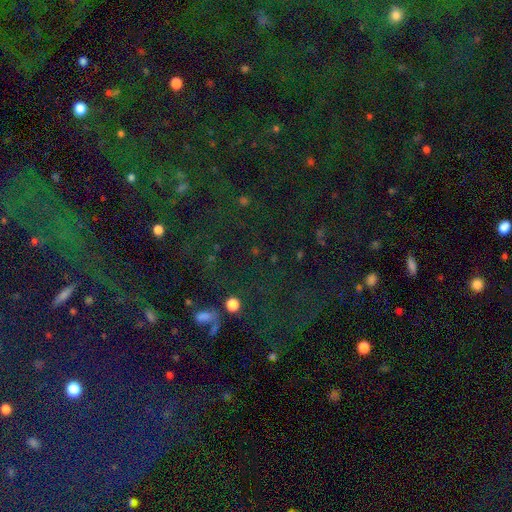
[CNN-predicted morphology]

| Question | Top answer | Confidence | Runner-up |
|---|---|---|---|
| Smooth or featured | star or artifact | 82% | smooth (10%) |